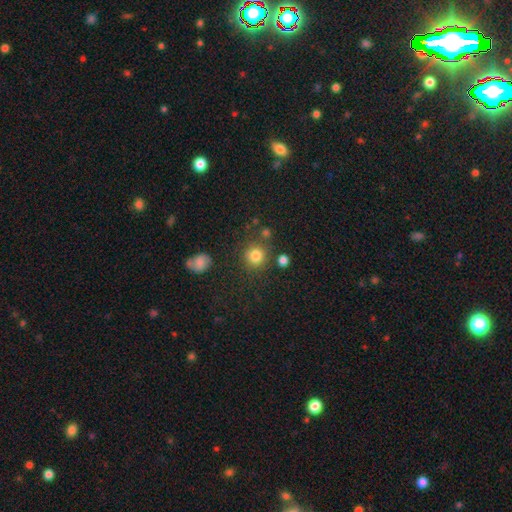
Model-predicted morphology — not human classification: The model was most divided on "smooth or featured": smooth: 81%, star or artifact: 13%, featured or disk: 6%. More confident: how rounded — round (89%); merging — none (79%).